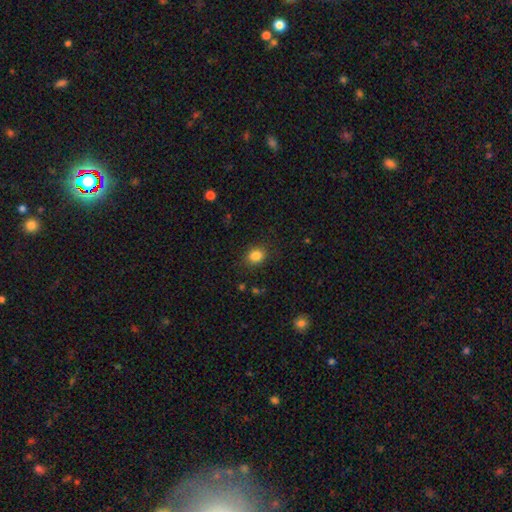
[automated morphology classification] A smooth galaxy with no disk features (84%) that is round (58%).

Vote fractions:
- Smooth or featured? smooth: 84% / star or artifact: 11% / featured or disk: 5%
- How rounded? round: 58% / in between: 41% / cigar-shaped: 1%
- Merging? none: 85% / minor disturbance: 11% / major disturbance: 3% / merger: 1%